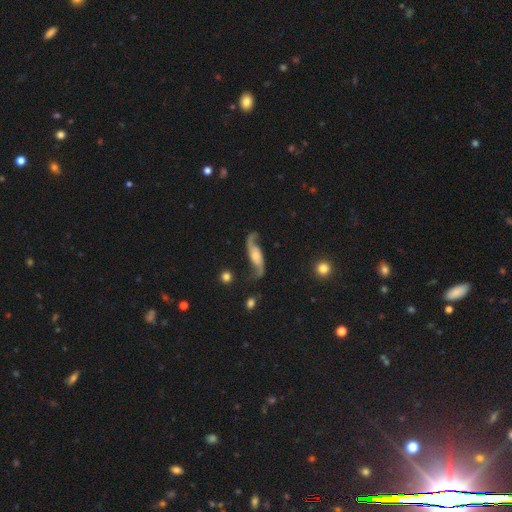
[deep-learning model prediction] A featured or disk galaxy (85%) with no bar (58%), 2 (92%) loose (77%) spiral arms (96%) and a moderate central bulge (40%). Merging: none (70%).